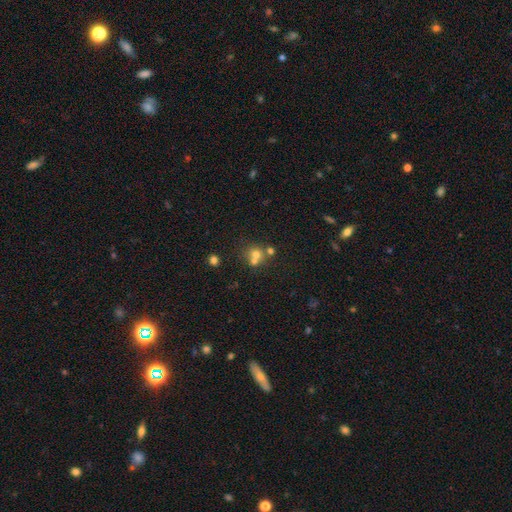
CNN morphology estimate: A smooth galaxy with no disk features (64%) that is round (83%). Merging: merger (47%).